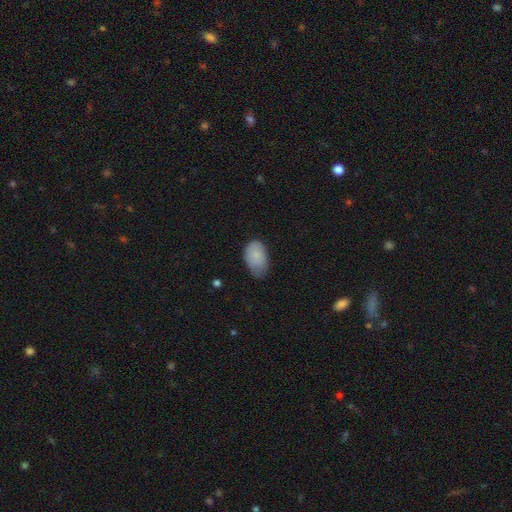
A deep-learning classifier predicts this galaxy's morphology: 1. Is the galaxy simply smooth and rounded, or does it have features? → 85% smooth, 8% featured or disk, 7% star or artifact.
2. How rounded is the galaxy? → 92% in between, 7% round, 1% cigar-shaped.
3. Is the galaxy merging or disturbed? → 51% none, 40% minor disturbance, 8% major disturbance, 1% merger.